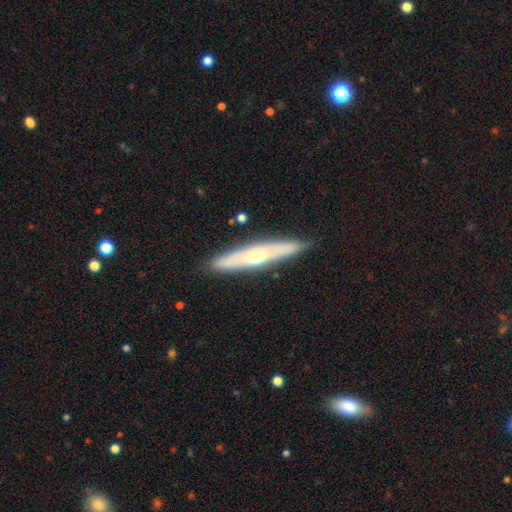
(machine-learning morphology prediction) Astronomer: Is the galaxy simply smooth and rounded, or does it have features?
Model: featured or disk — 61%.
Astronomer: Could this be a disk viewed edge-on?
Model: yes — 82%.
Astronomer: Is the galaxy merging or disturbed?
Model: none — 87%.